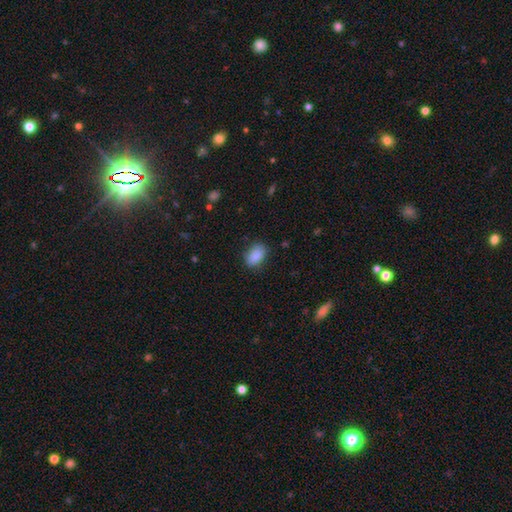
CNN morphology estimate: Smooth or featured?
  - smooth: 89% *
  - star or artifact: 8%
  - featured or disk: 4%
How rounded?
  - in between: 89% *
  - round: 9%
  - cigar-shaped: 2%
Merging?
  - none: 81% *
  - minor disturbance: 14%
  - major disturbance: 3%
  - merger: 1%